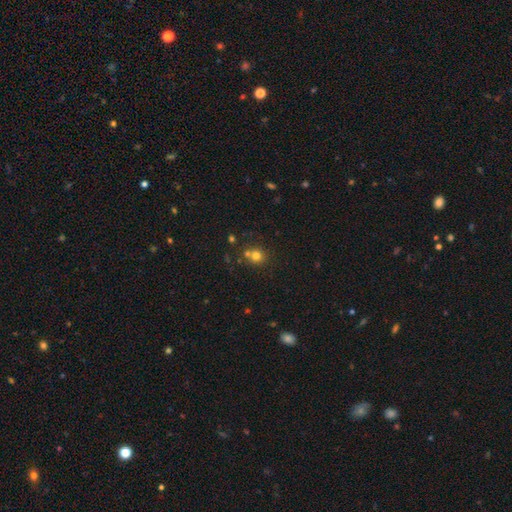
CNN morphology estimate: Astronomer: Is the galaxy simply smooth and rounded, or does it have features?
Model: smooth — 74%.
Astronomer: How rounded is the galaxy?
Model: round — 87%.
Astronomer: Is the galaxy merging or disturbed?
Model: none — 61%.